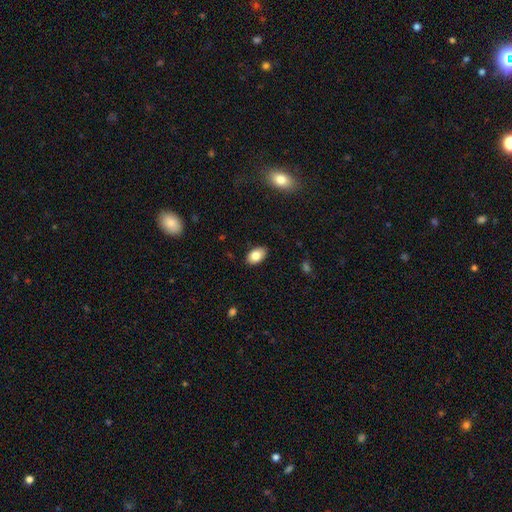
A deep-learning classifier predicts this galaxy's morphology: A smooth galaxy with no disk features (85%) that is in between round and cigar-shaped (92%). Merging: none (87%).